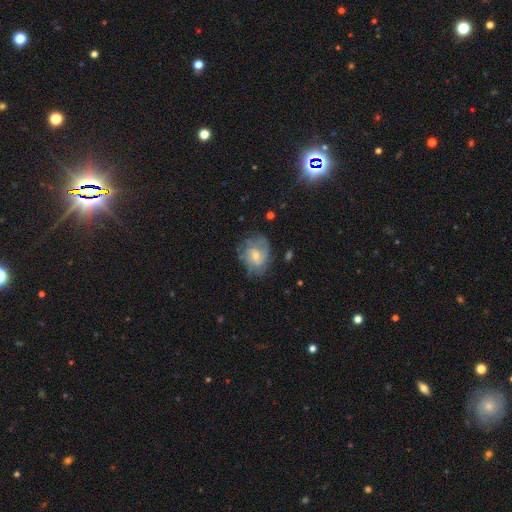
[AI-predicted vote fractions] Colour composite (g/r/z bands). It shows a featured or disk galaxy (61%) with no bar (57%), spiral arms (82%) and a small central bulge (46%, tied with moderate). Merging: none (67%).